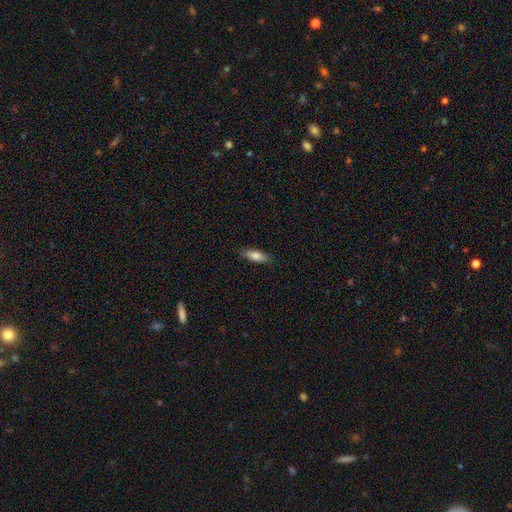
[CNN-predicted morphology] Smooth or featured: smooth — 78% (featured or disk — 15%)
How rounded: in between — 55% (cigar-shaped — 43%)
Merging: none — 86% (minor disturbance — 10%)